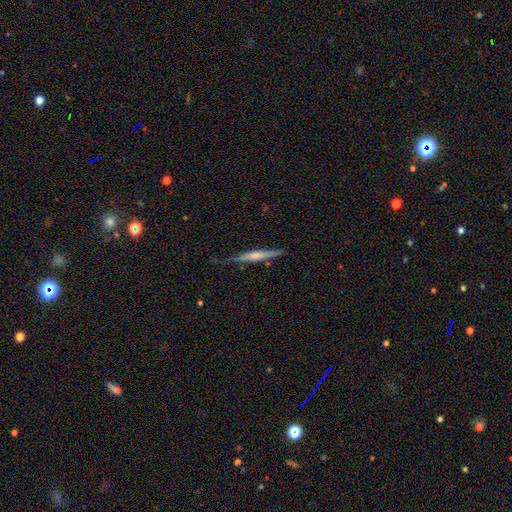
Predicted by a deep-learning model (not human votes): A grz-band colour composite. It shows a featured or disk galaxy (55%) viewed edge-on (96%) with no central bulge (44%). Merging: none (78%).